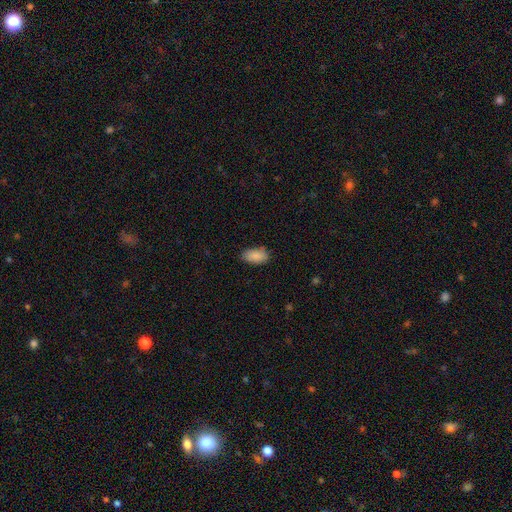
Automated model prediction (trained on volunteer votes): A smooth galaxy with no disk features (89%) that is in between round and cigar-shaped (93%). Merging: none (80%).